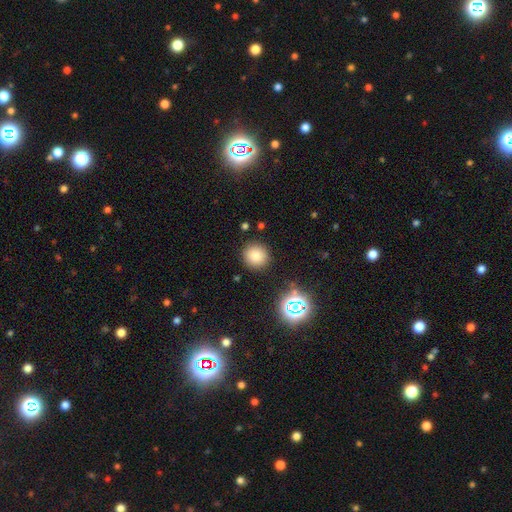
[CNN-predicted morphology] Smooth or featured? smooth (80%)
How rounded? round (92%)
Merging? none (89%)